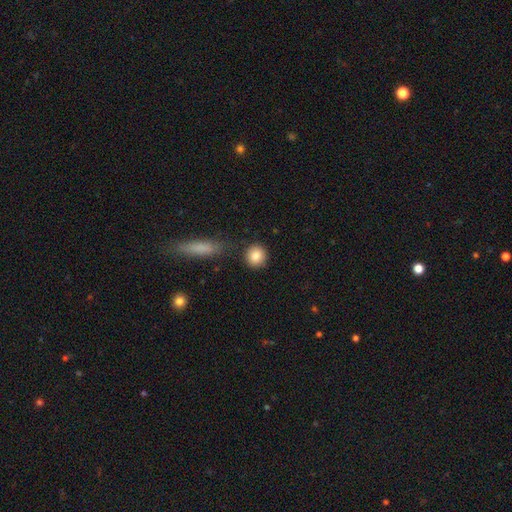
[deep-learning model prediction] A smooth galaxy with no disk features (85%) that is round (87%). Merging: none (83%).